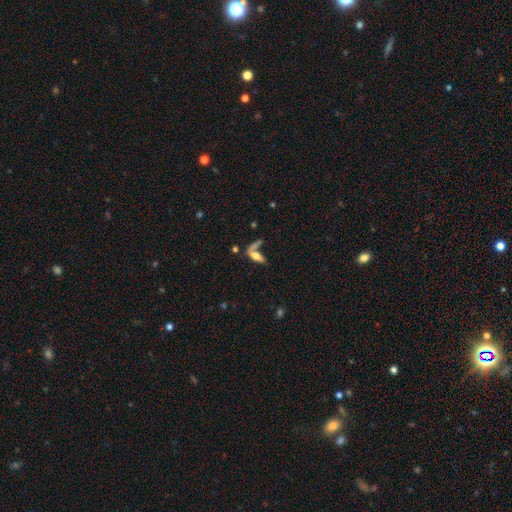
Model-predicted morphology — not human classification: Q: Smooth or featured?
A: smooth (52%); runner-up: featured or disk (38%)
Q: How rounded?
A: in between (51%); runner-up: cigar-shaped (45%)
Q: Merging?
A: none (37%); runner-up: merger (33%)